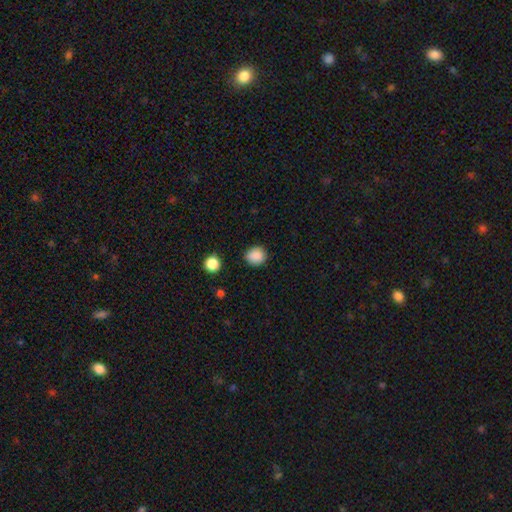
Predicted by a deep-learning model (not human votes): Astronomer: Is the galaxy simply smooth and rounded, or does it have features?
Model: smooth — 87%.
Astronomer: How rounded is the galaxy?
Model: round — 86%.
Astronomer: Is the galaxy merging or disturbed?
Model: none — 87%.